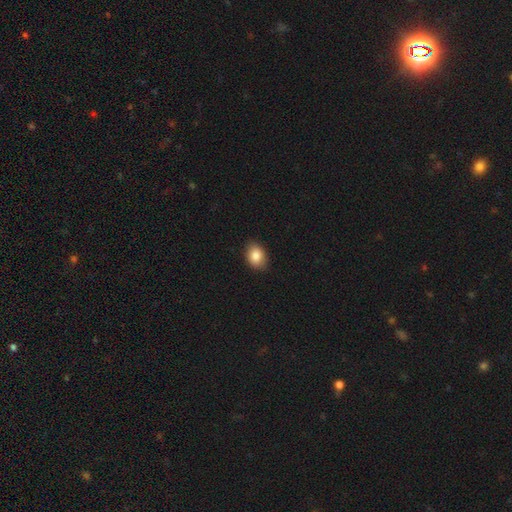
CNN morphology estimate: smooth 86%, star or artifact 8%, featured or disk 6%. Down the decision tree: how rounded — in between (74%); merging — none (87%).